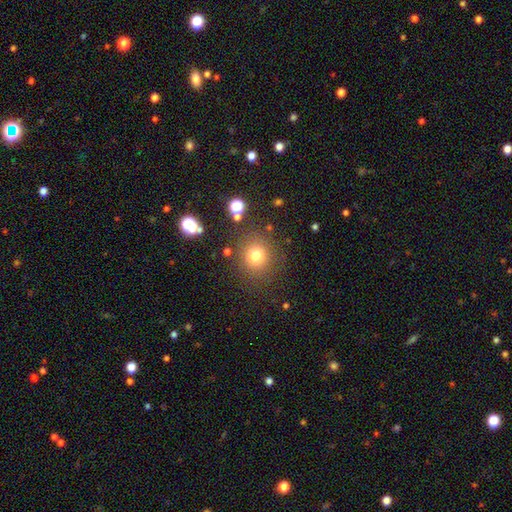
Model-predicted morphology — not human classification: Q: Smooth or featured?
A: smooth (78%); runner-up: star or artifact (15%)
Q: How rounded?
A: round (89%); runner-up: in between (10%)
Q: Merging?
A: none (83%); runner-up: minor disturbance (9%)